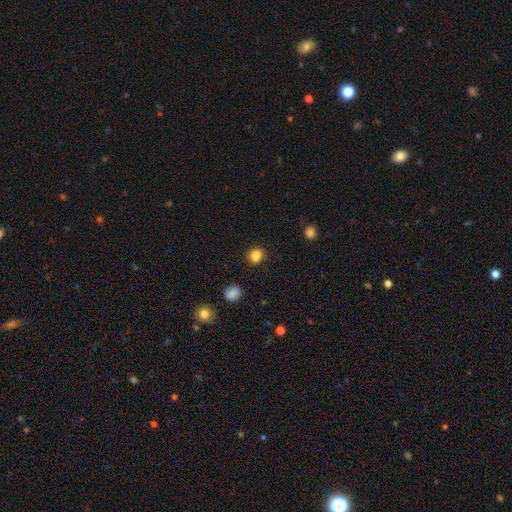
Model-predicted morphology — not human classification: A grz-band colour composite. It shows a smooth galaxy with no disk features (85%) that is round (73%). Merging: none (85%).